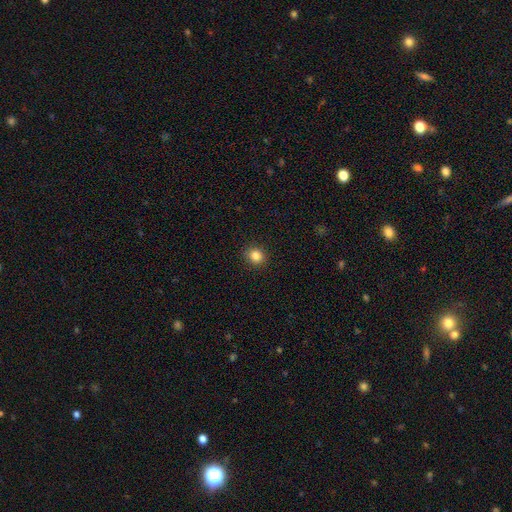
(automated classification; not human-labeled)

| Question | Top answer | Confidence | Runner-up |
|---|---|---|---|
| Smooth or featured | smooth | 84% | star or artifact (11%) |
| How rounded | round | 84% | in between (15%) |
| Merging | none | 91% | minor disturbance (6%) |